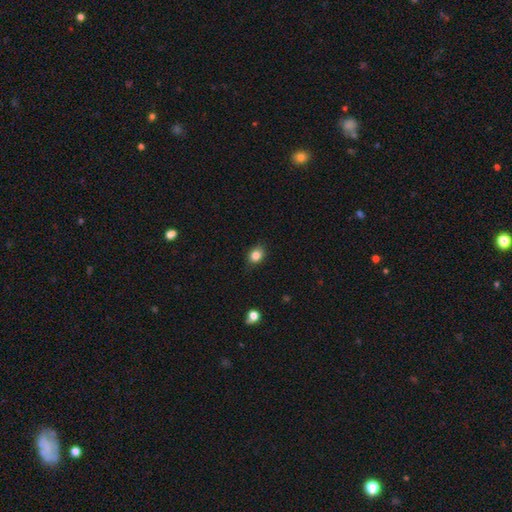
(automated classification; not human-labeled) The model was most divided on "how rounded": in between: 51%, round: 48%, cigar-shaped: 1%. More confident: smooth or featured — smooth (84%); merging — none (81%).